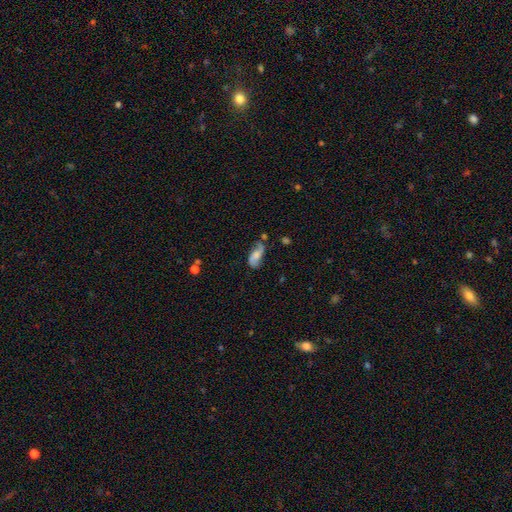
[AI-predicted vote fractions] Smooth or featured? featured or disk (50%)
Edge-on disk? no (93%)
Merging? none (56%)